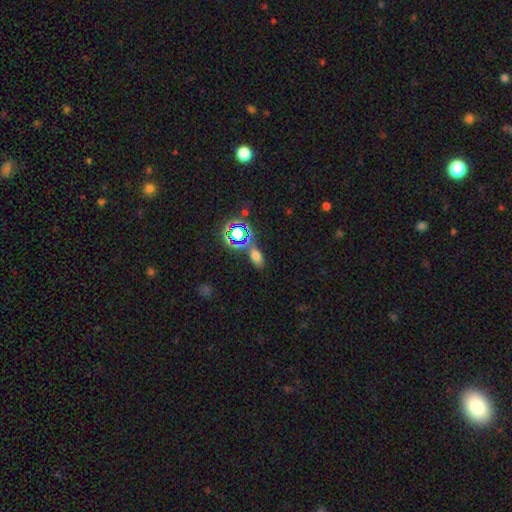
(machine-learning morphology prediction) smooth 60%, star or artifact 30%, featured or disk 10%. Down the decision tree: how rounded — in between (81%); merging — none (72%).